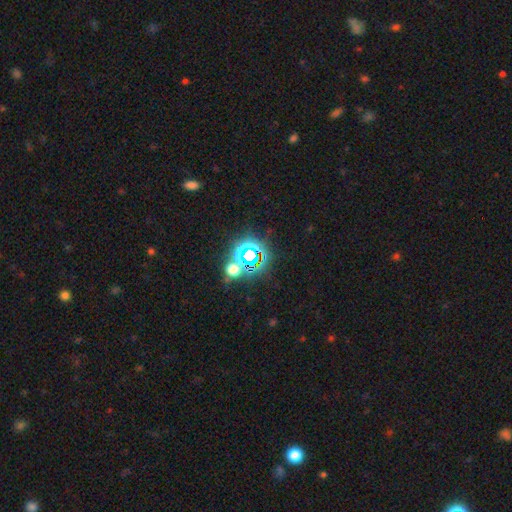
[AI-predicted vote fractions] Q: Smooth or featured?
A: star or artifact (71%); runner-up: smooth (18%)